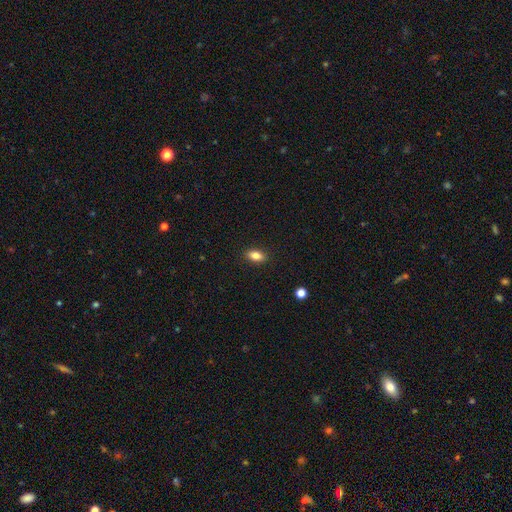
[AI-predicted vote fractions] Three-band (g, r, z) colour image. It shows a smooth galaxy with no disk features (83%) that is in between round and cigar-shaped (86%). Merging: none (89%).